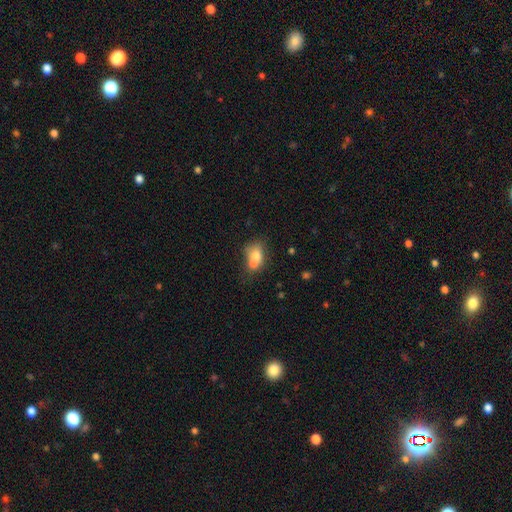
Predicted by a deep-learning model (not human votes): Smooth or featured? Predicted: smooth (p=0.71). How rounded? Predicted: in between (p=0.58). Merging? Predicted: merger (p=0.57).